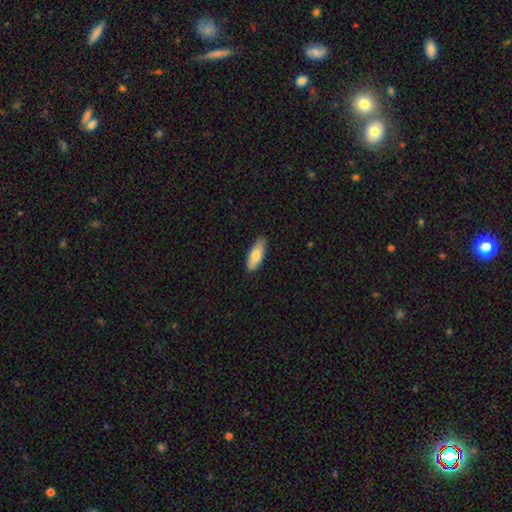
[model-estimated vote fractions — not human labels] Smooth or featured?
  - smooth: 75% *
  - featured or disk: 19%
  - star or artifact: 6%
How rounded?
  - in between: 70% *
  - cigar-shaped: 28%
  - round: 2%
Merging?
  - none: 86% *
  - minor disturbance: 11%
  - major disturbance: 2%
  - merger: 1%